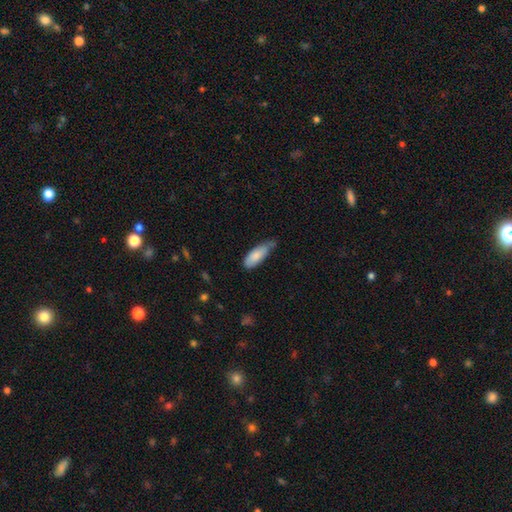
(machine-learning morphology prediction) smooth_or_featured: smooth (p=0.82) [alt: featured or disk p=0.12]
how_rounded: in between (p=0.73) [alt: cigar-shaped p=0.26]
merging: minor disturbance (p=0.47) [alt: none p=0.40]